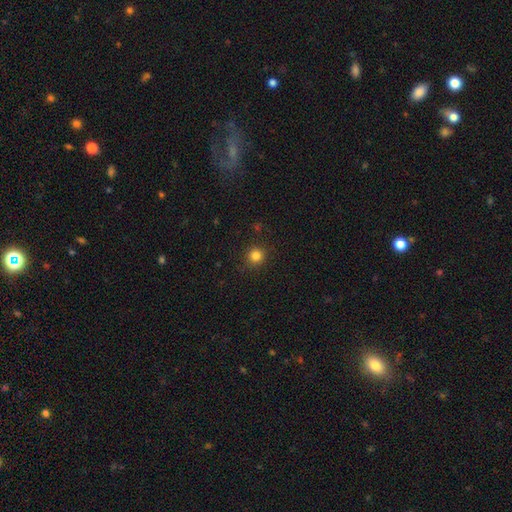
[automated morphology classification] The model was most divided on "smooth or featured": smooth: 83%, star or artifact: 13%, featured or disk: 5%. More confident: how rounded — round (94%); merging — none (89%).